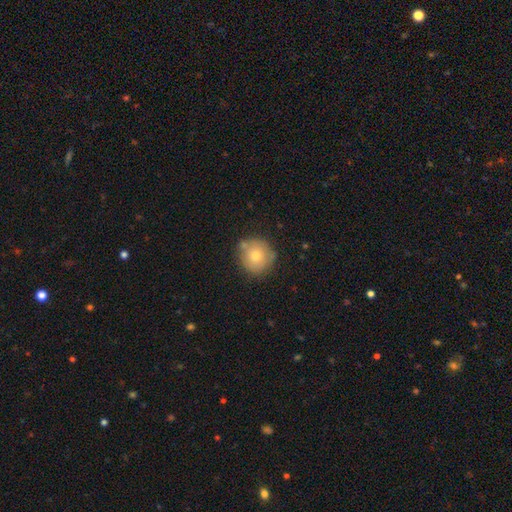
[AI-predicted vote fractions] smooth 74%, featured or disk 16%, star or artifact 10%. Down the decision tree: how rounded — round (93%); merging — none (77%).